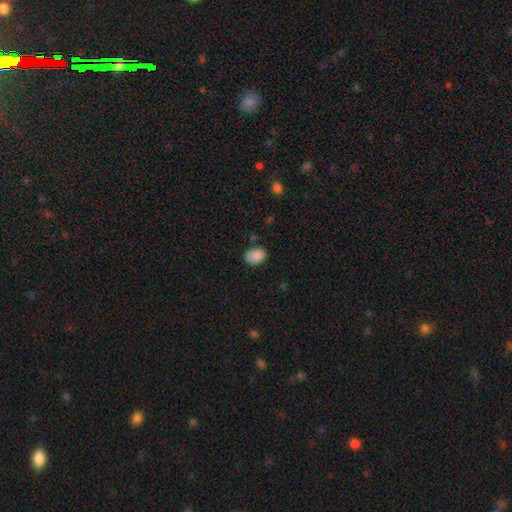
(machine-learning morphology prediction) Smooth or featured: smooth — 87% (star or artifact — 8%)
How rounded: in between — 71% (round — 28%)
Merging: none — 75% (minor disturbance — 19%)